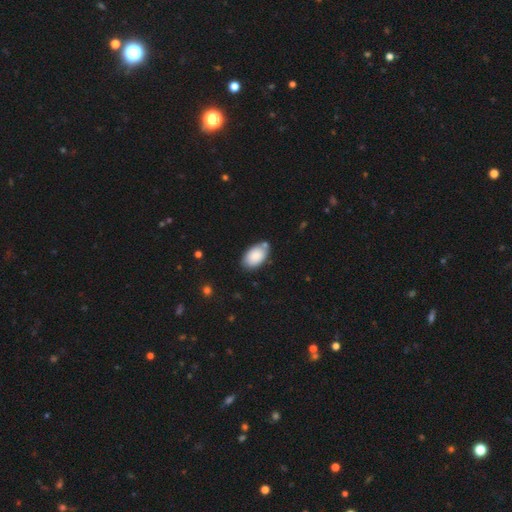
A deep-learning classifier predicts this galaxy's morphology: smooth_or_featured: smooth (p=0.87) [alt: star or artifact p=0.06]
how_rounded: in between (p=0.93) [alt: round p=0.05]
merging: none (p=0.72) [alt: minor disturbance p=0.17]